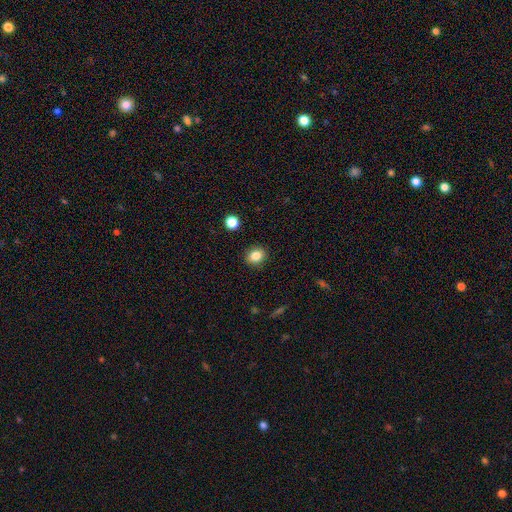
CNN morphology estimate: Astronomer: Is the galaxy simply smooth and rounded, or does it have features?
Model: smooth — 83%.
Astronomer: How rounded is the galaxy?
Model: round — 58% (runner-up: in between, 40%).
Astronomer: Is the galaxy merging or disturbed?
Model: none — 89%.